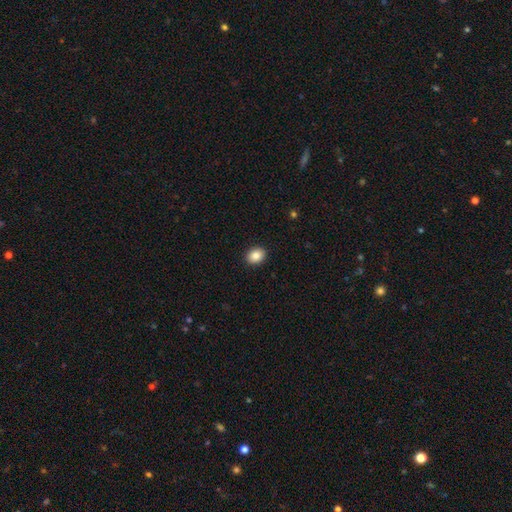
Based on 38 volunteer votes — Smooth or featured: smooth — 89% (star or artifact — 8%)
How rounded: in between — 53% (round — 47%)
Merging: none — 100%